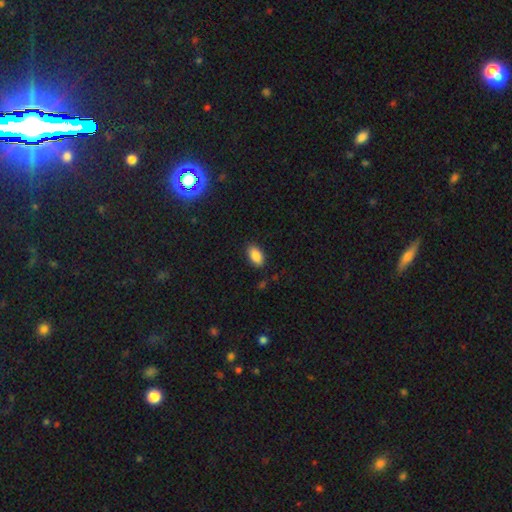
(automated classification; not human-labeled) A smooth galaxy with no disk features (87%) that is in between round and cigar-shaped (93%).

Vote fractions:
- Smooth or featured? smooth: 87% / star or artifact: 8% / featured or disk: 5%
- How rounded? in between: 93% / round: 4% / cigar-shaped: 3%
- Merging? none: 87% / minor disturbance: 10% / major disturbance: 2% / merger: 1%